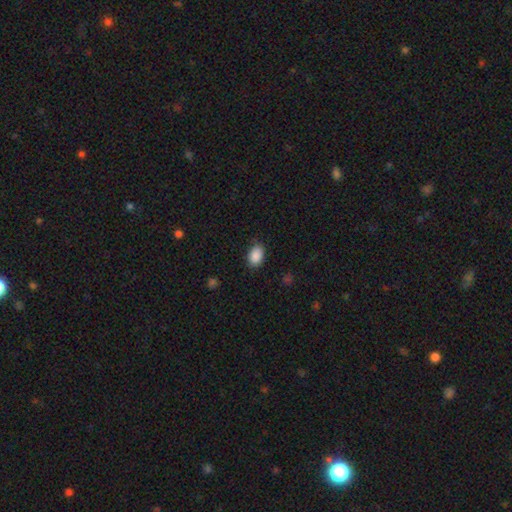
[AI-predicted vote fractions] smooth_or_featured: smooth (p=0.89) [alt: star or artifact p=0.07]
how_rounded: in between (p=0.85) [alt: round p=0.14]
merging: none (p=0.82) [alt: minor disturbance p=0.13]